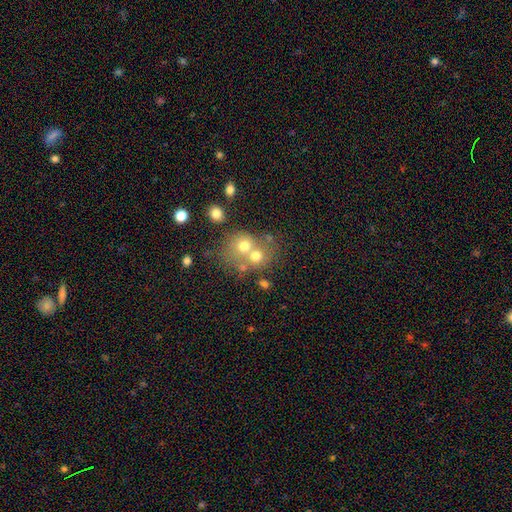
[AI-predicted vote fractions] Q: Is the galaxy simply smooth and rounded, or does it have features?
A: smooth — 64%.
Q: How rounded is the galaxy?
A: round — 73%.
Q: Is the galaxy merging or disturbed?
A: merger — 54%.